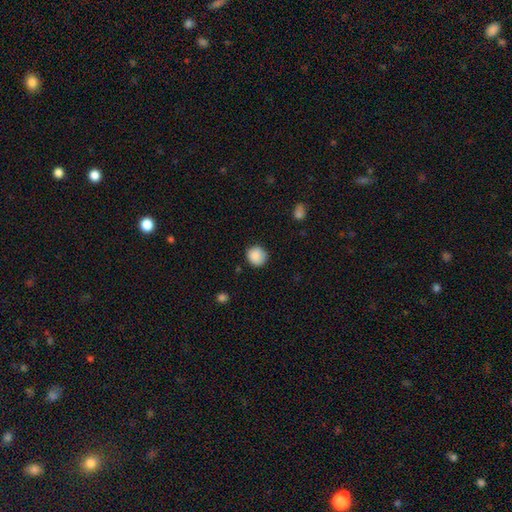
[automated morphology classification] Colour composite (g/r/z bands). It shows a smooth galaxy with no disk features (89%) that is round (90%). Merging: none (85%).